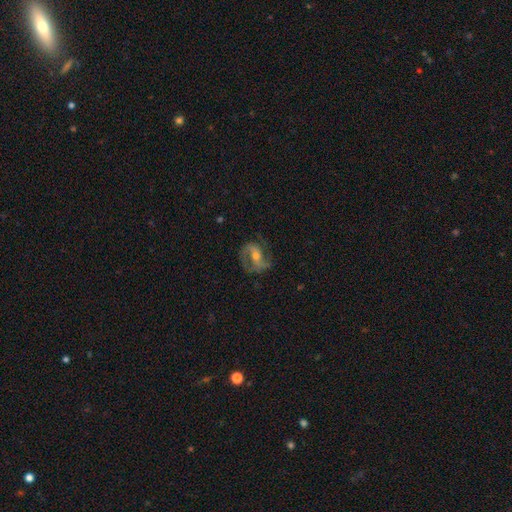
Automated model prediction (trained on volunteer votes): Overall: featured or disk (83%). Edge-on disk: no (97%). Bar: weak (40%; no 30%). Spiral arms: yes (94%). Spiral arm count: 2 (83%). Spiral winding: medium (53%; loose 28%). Bulge size: moderate (55%; small 40%). Merging: none (70%).